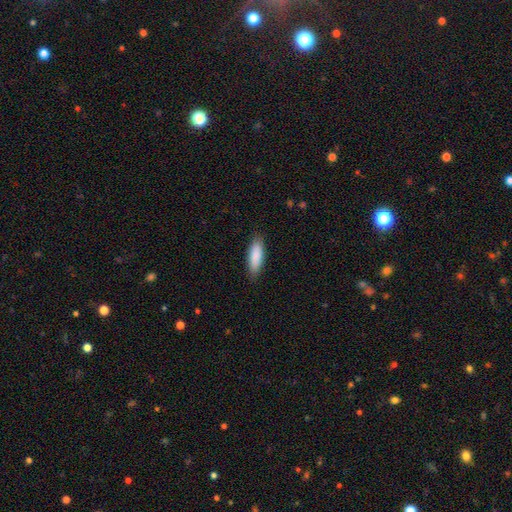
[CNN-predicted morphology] Smooth or featured? smooth (88%)
How rounded? in between (56%)
Merging? none (87%)